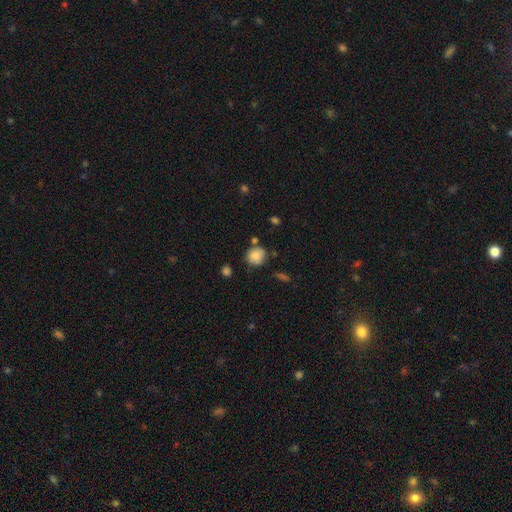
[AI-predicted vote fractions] smooth 84%, star or artifact 9%, featured or disk 7%. Down the decision tree: how rounded — round (85%); merging — none (70%).